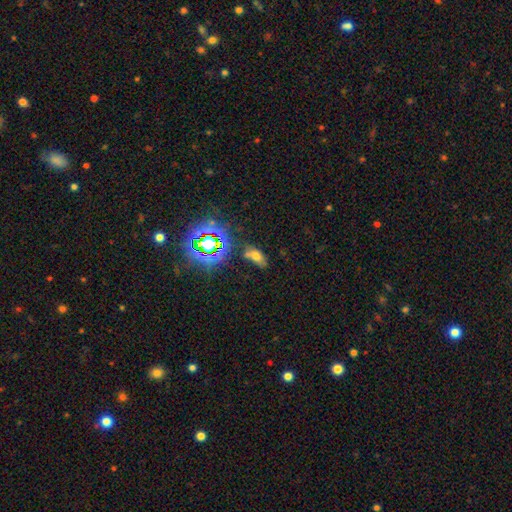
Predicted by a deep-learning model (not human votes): Smooth or featured? Predicted: smooth (p=0.55). How rounded? Predicted: in between (p=0.85). Merging? Predicted: none (p=0.55).